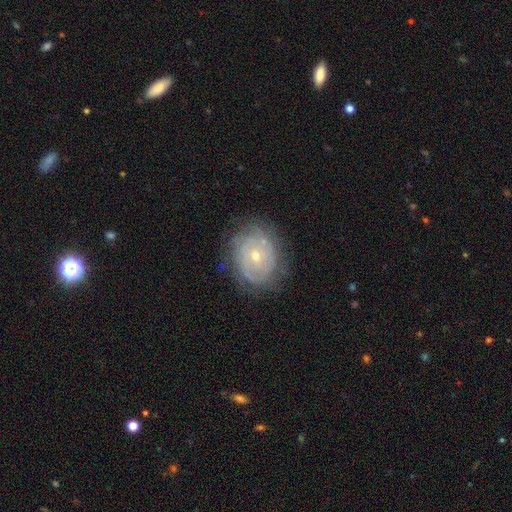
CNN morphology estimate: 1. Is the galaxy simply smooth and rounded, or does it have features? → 75% featured or disk, 17% smooth, 8% star or artifact.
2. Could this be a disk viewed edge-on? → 97% no, 3% yes.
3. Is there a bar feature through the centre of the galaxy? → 82% no, 15% weak, 3% strong.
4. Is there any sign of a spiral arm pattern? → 85% yes, 15% no.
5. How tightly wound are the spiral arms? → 75% tight, 19% medium, 6% loose.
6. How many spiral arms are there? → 50% can't tell, 16% 2, 13% 3, 9% 4, 6% more than 4, 5% 1.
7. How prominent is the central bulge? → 60% small, 37% moderate, 1% large, 1% none, 1% dominant.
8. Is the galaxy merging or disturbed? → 75% none, 17% minor disturbance, 7% major disturbance, 1% merger.